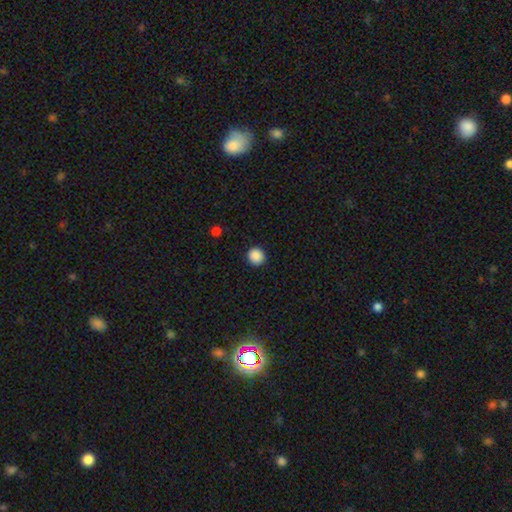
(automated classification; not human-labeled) A smooth galaxy with no disk features (89%) that is round (93%). Merging: none (92%).